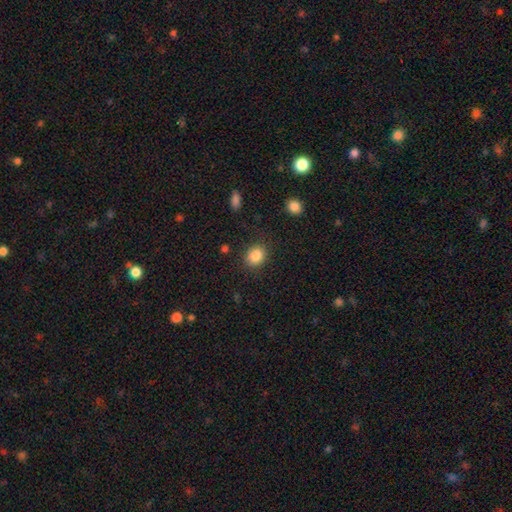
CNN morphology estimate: This appears to be a smooth galaxy with no disk features (86%) that is round (60%). Merging: none (84%).